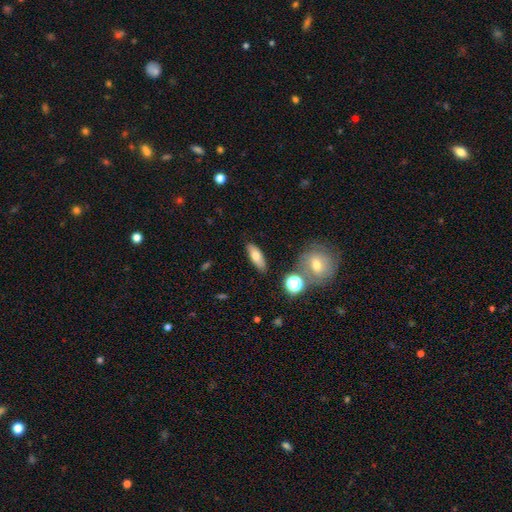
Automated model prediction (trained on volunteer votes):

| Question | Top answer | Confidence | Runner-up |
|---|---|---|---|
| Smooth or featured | smooth | 68% | featured or disk (22%) |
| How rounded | in between | 61% | cigar-shaped (34%) |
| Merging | none | 84% | minor disturbance (10%) |